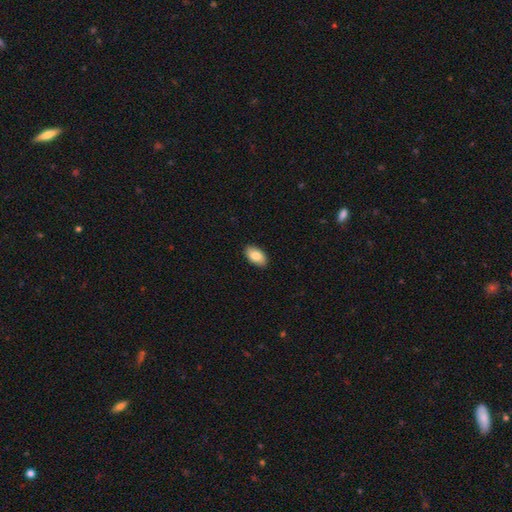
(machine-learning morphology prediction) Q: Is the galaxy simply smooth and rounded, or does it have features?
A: smooth — 83%.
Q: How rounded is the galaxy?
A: in between — 94%.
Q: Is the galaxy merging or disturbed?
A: none — 89%.